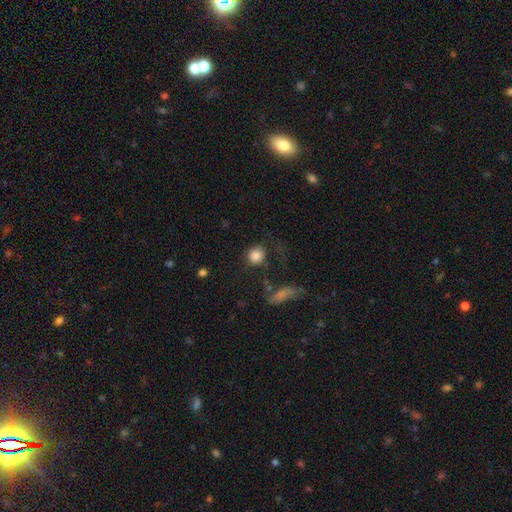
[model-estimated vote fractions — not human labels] This appears to be a smooth galaxy with no disk features (84%) that is round (87%). Merging: none (72%).